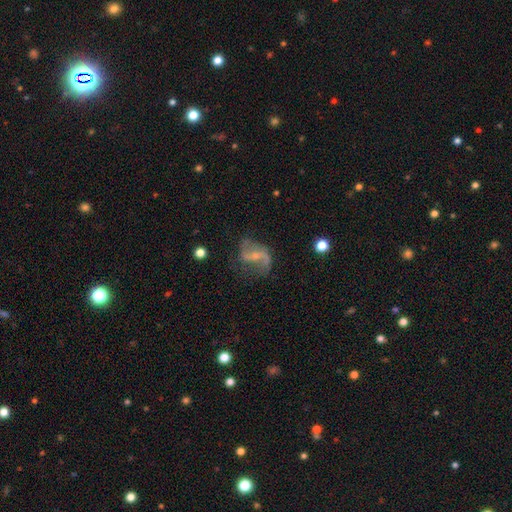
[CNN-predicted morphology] A featured or disk galaxy (79%) with a weak bar (44%), 2 (87%) loose (71%) spiral arms (90%) and a small central bulge (64%). Merging: none (58%).